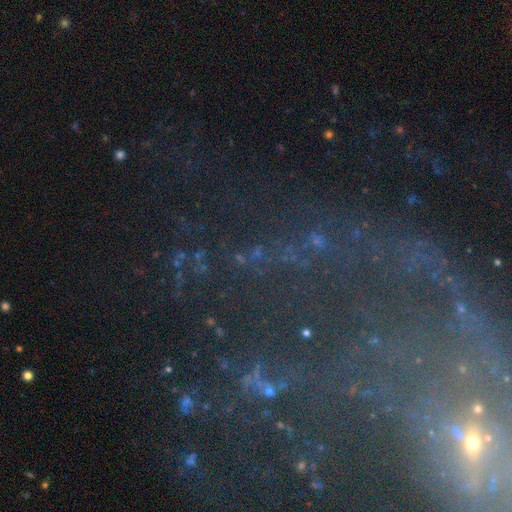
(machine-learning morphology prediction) Smooth or featured? star or artifact (70%)